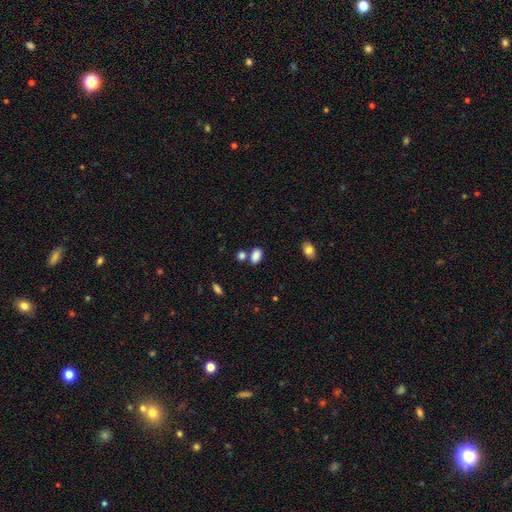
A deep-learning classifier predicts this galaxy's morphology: The model was most divided on "merging": none: 63%, merger: 21%, minor disturbance: 12%, major disturbance: 4%. More confident: how rounded — in between (87%); smooth or featured — smooth (86%).